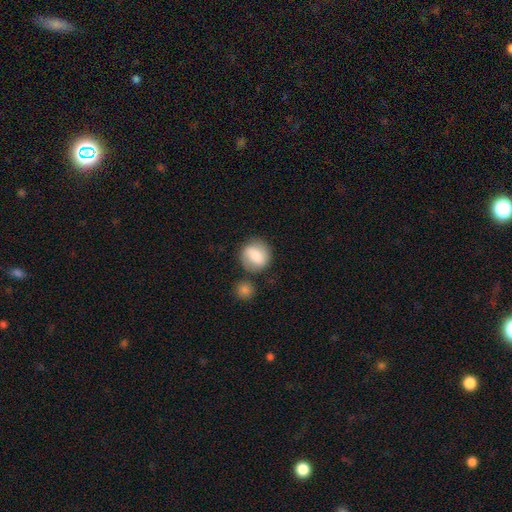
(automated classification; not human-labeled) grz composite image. It shows a smooth galaxy with no disk features (71%) that is round (84%). Merging: none (71%).